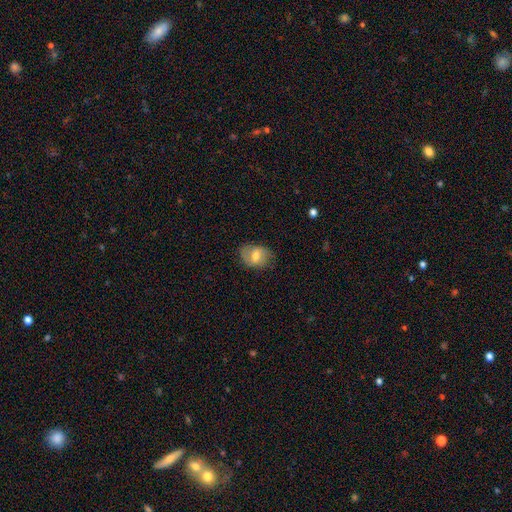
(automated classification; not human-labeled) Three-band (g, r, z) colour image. It shows a smooth galaxy with no disk features (58%) that is in between round and cigar-shaped (68%). Merging: none (73%).